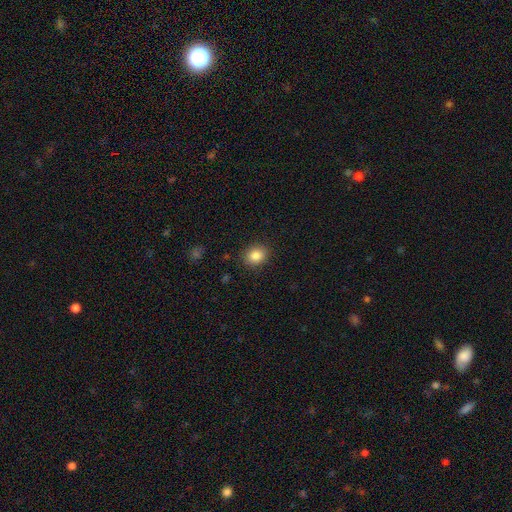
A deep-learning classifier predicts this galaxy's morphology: type=smooth (85%); roundness=round (56%); merging=none (88%).